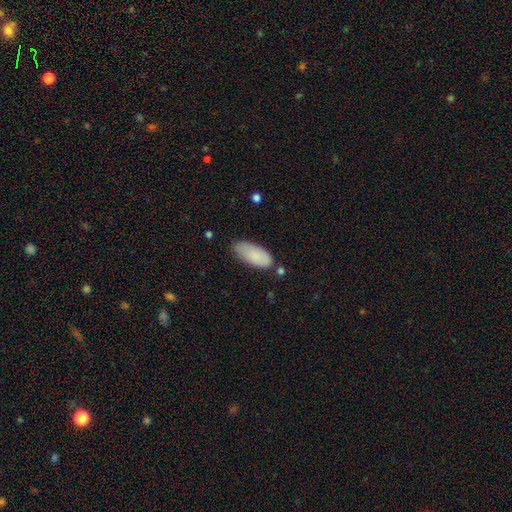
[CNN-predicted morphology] smooth-or-featured: smooth: 84% | featured or disk: 10% | star or artifact: 6%
  how-rounded: in between: 87% | cigar-shaped: 11% | round: 2%
  merging: none: 67% | minor disturbance: 24% | major disturbance: 5% | merger: 4%